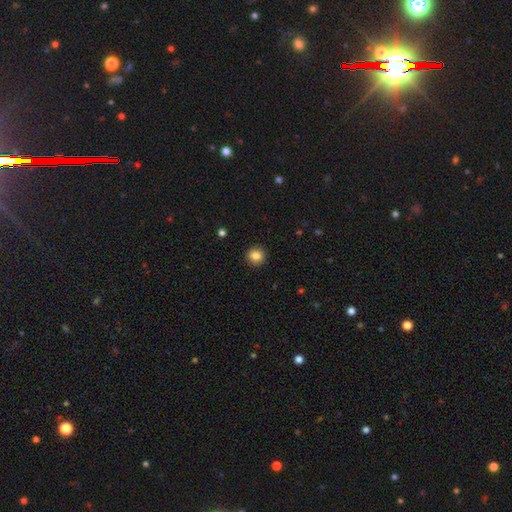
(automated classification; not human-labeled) Morphology: type=smooth (85%); roundness=round (92%); merging=none (92%).